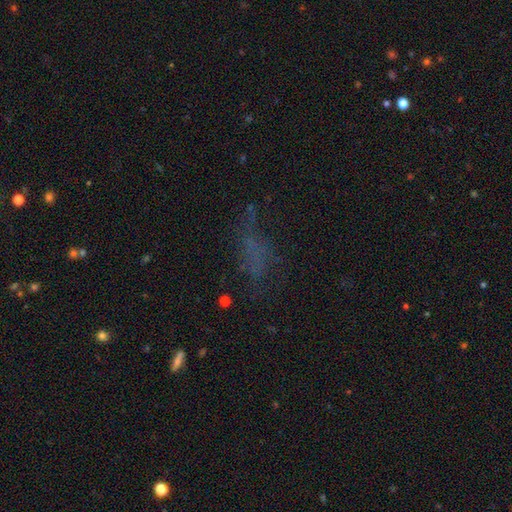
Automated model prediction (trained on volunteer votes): The model was most divided on "smooth or featured": smooth: 43%, star or artifact: 33%, featured or disk: 24%. Remaining: merging — none (47%).